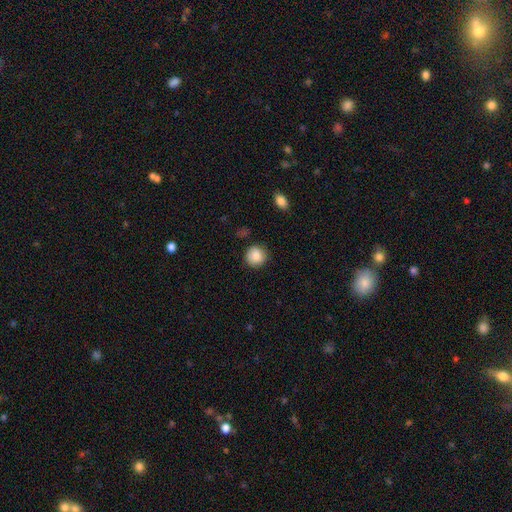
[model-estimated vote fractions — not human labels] This appears to be a smooth galaxy with no disk features (87%) that is round (89%). Merging: none (83%).